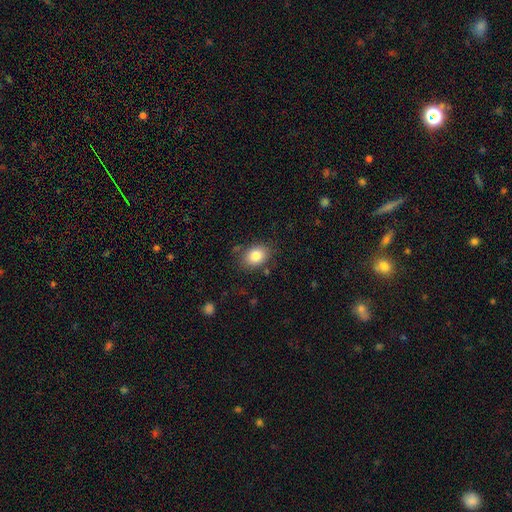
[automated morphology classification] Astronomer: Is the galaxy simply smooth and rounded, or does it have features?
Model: smooth — 84%.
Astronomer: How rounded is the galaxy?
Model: in between — 65%.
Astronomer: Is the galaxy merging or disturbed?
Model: none — 80%.